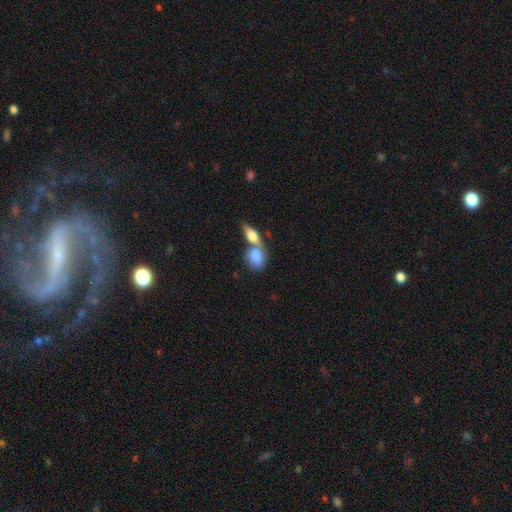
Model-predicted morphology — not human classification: Smooth or featured? smooth (81%)
How rounded? in between (71%)
Merging? merger (57%)